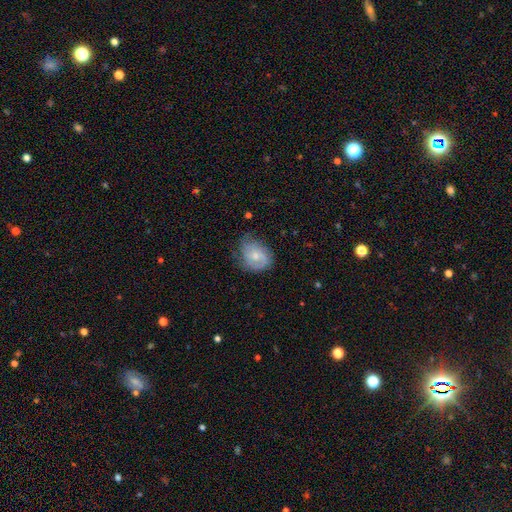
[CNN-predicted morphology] Smooth or featured? Predicted: featured or disk (p=0.49). Merging? Predicted: none (p=0.52).